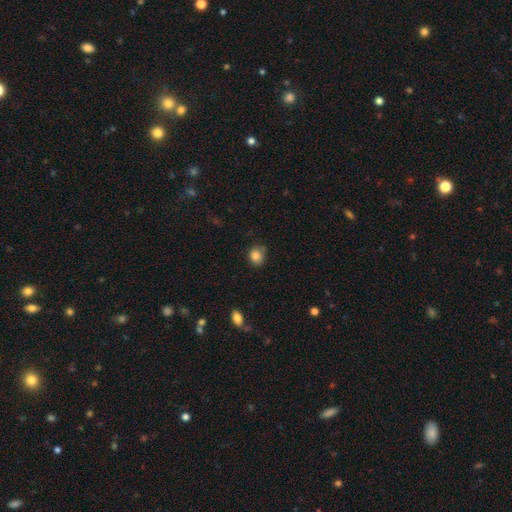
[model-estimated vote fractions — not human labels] This appears to be a smooth galaxy with no disk features (84%) that is round (76%). Merging: none (75%).